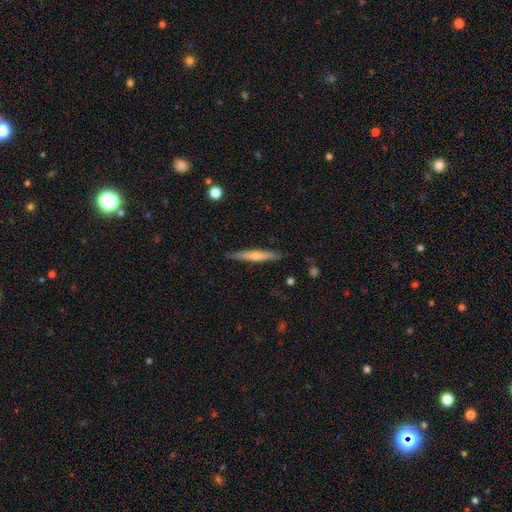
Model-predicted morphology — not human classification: Smooth or featured? smooth (53%)
How rounded? cigar-shaped (94%)
Merging? none (87%)